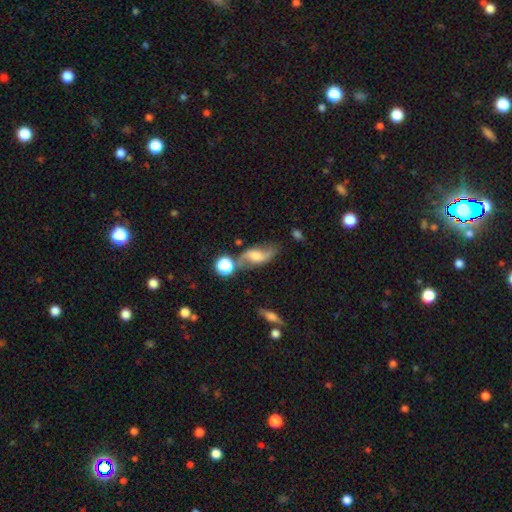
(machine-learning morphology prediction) Smooth or featured: featured or disk — 72% (smooth — 19%)
Edge-on disk: no — 91% (yes — 9%)
Bar: no — 50% (weak — 39%)
Spiral arms: yes — 93% (no — 7%)
Spiral winding: loose — 75% (medium — 20%)
Spiral arm count: 2 — 91% (can't tell — 3%)
Bulge size: moderate — 38% (small — 22%)
Merging: none — 62% (minor disturbance — 19%)